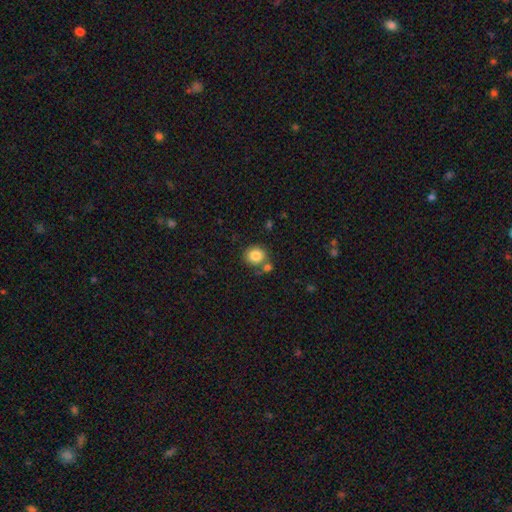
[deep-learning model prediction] Overall: smooth (83%). How rounded: round (85%). Merging: none (65%).